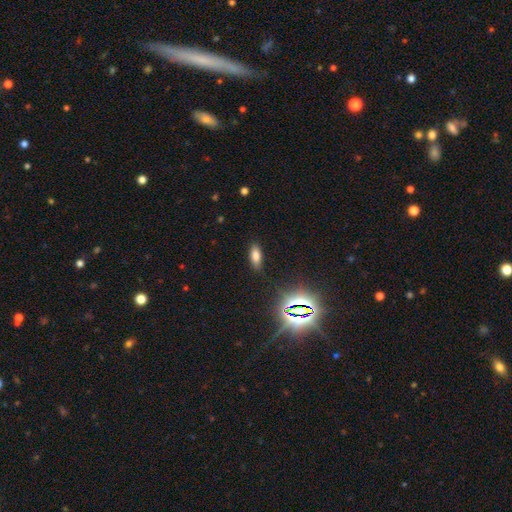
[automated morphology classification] A smooth galaxy with no disk features (74%) that is in between round and cigar-shaped (80%). Merging: none (85%).